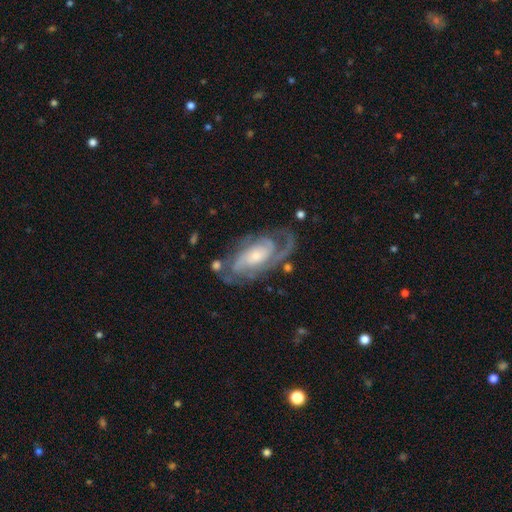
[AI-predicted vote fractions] Q: Smooth or featured?
A: featured or disk (88%); runner-up: smooth (8%)
Q: Edge-on disk?
A: no (95%); runner-up: yes (5%)
Q: Bar?
A: no (62%); runner-up: weak (29%)
Q: Spiral arms?
A: yes (96%); runner-up: no (4%)
Q: Spiral winding?
A: tight (54%); runner-up: medium (36%)
Q: Spiral arm count?
A: 2 (56%); runner-up: can't tell (17%)
Q: Bulge size?
A: small (55%); runner-up: moderate (35%)
Q: Merging?
A: none (69%); runner-up: minor disturbance (18%)